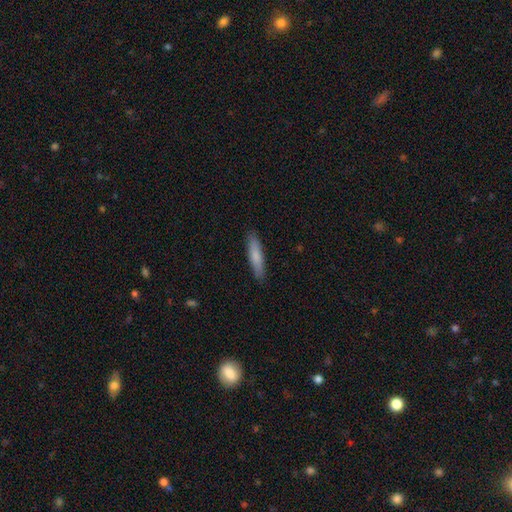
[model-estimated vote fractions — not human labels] This is likely a smooth galaxy (78%). How rounded: clearly cigar-shaped (84%). Merging: clearly none (89%).